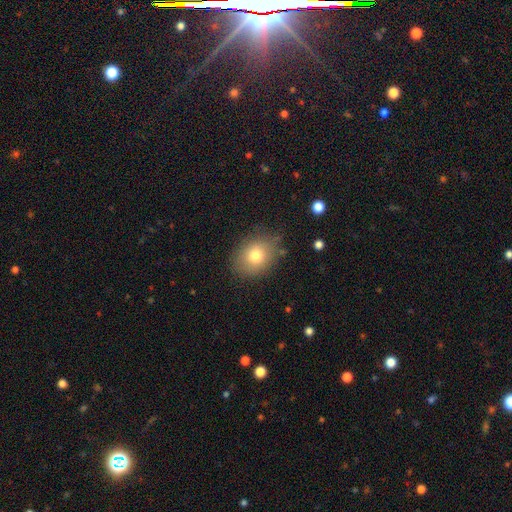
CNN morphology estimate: Smooth or featured? Predicted: smooth (p=0.76). How rounded? Predicted: in between (p=0.53). Merging? Predicted: none (p=0.78).